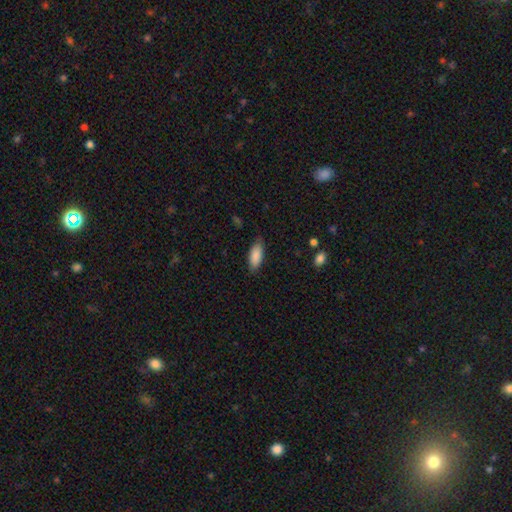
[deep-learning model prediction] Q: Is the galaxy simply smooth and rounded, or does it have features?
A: smooth — 87%.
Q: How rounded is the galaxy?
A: in between — 83%.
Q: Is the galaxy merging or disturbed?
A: none — 81%.